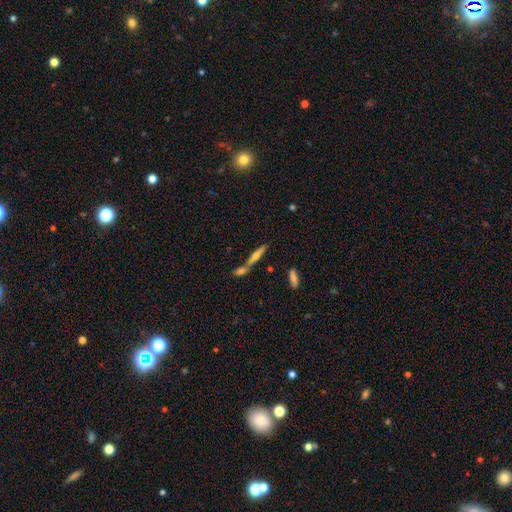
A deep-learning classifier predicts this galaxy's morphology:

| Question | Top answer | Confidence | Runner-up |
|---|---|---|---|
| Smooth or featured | featured or disk | 46% | smooth (44%) |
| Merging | none | 54% | merger (34%) |